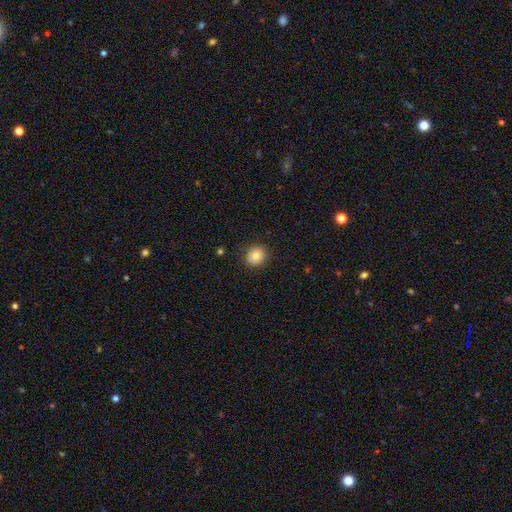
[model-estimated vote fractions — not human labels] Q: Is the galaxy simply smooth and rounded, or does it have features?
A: smooth — 82%.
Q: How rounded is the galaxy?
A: round — 83%.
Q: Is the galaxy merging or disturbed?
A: none — 88%.